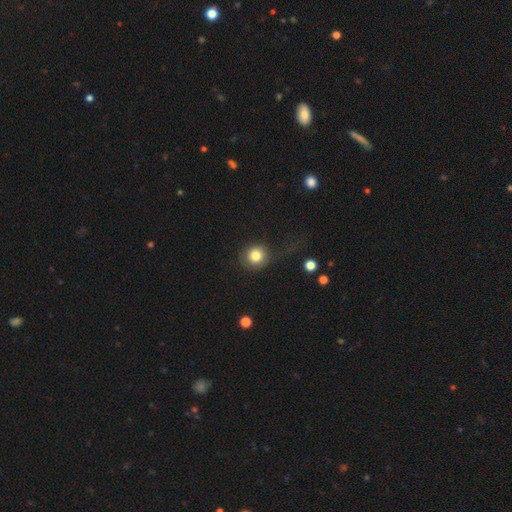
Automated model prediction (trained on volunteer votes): smooth-or-featured: smooth: 83% | star or artifact: 9% | featured or disk: 8%
  how-rounded: round: 89% | in between: 10% | cigar-shaped: 1%
  merging: none: 69% | minor disturbance: 16% | major disturbance: 13% | merger: 2%